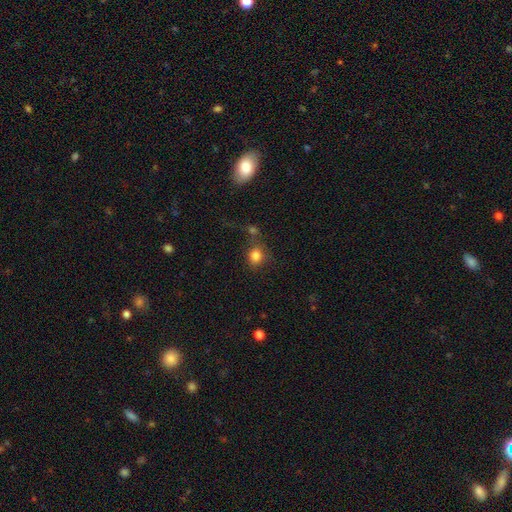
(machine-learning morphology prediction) This appears to be a smooth galaxy with no disk features (81%) that is round (75%). Merging: none (59%).